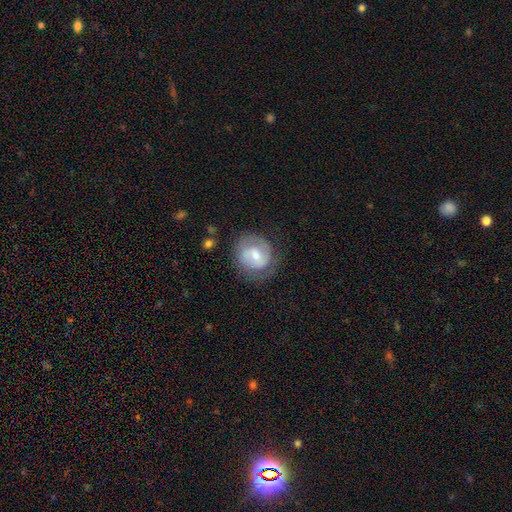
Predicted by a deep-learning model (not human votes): Smooth or featured: featured or disk — 55% (smooth — 38%)
Edge-on disk: no — 97% (yes — 3%)
Bar: weak — 50% (no — 34%)
Spiral arms: yes — 75% (no — 25%)
Bulge size: moderate — 52% (small — 40%)
Merging: none — 64% (minor disturbance — 22%)